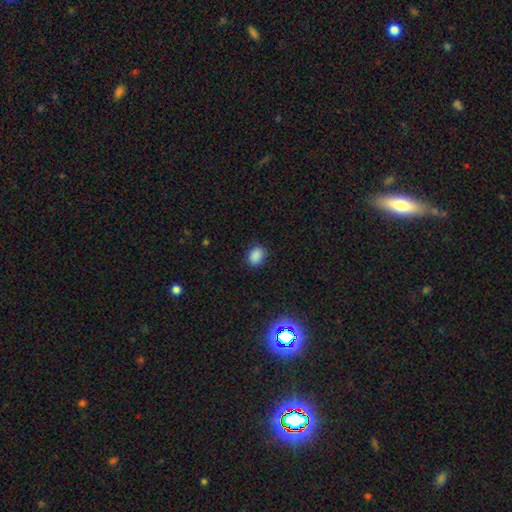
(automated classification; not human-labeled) This appears to be a smooth galaxy with no disk features (85%) that is in between round and cigar-shaped (60%). Merging: none (85%).